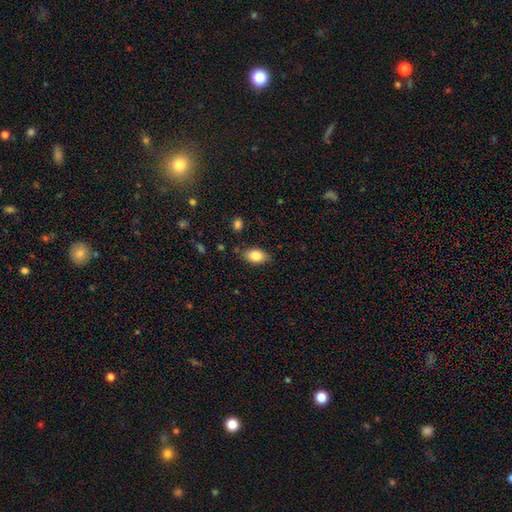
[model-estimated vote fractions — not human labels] Smooth or featured?
  - smooth: 84% *
  - featured or disk: 8%
  - star or artifact: 8%
How rounded?
  - in between: 88% *
  - round: 11%
  - cigar-shaped: 2%
Merging?
  - none: 83% *
  - minor disturbance: 13%
  - major disturbance: 3%
  - merger: 2%